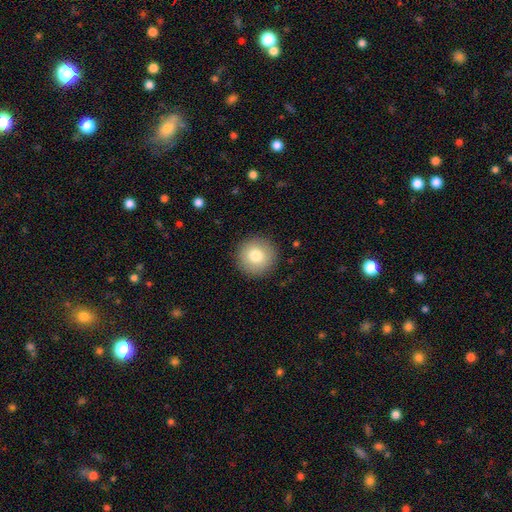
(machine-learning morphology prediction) A smooth galaxy with no disk features (80%) that is round (96%). Merging: none (91%).